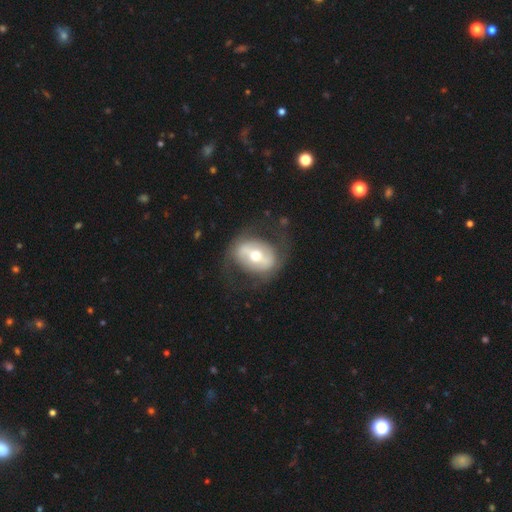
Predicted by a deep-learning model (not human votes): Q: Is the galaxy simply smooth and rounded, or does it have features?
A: featured or disk — 61%.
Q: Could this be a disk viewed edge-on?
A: no — 92%.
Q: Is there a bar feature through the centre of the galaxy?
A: strong — 45%.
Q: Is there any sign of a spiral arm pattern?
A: no — 64%.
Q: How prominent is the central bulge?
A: moderate — 68%.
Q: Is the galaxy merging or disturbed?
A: none — 68%.